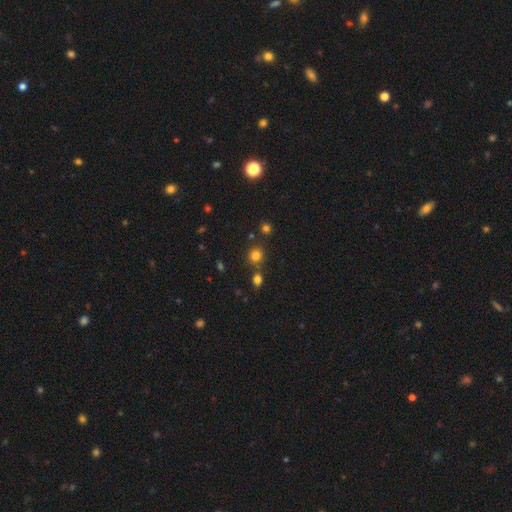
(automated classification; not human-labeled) A smooth galaxy with no disk features (77%) that is round (86%).

Vote fractions:
- Smooth or featured? smooth: 77% / star or artifact: 17% / featured or disk: 6%
- How rounded? round: 86% / in between: 13% / cigar-shaped: 1%
- Merging? none: 74% / merger: 14% / minor disturbance: 9% / major disturbance: 3%